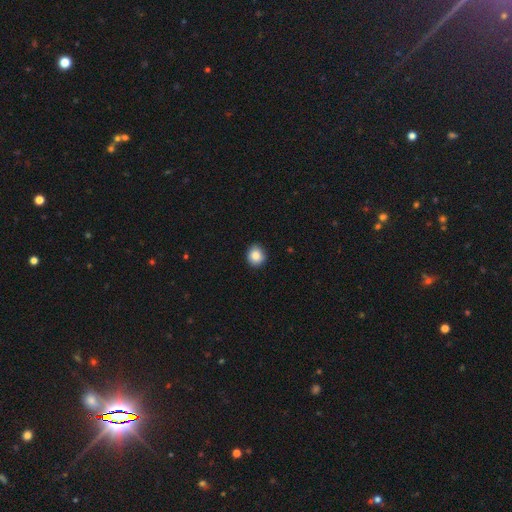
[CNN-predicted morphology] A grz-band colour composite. It shows a smooth galaxy with no disk features (87%) that is round (83%). Merging: none (89%).